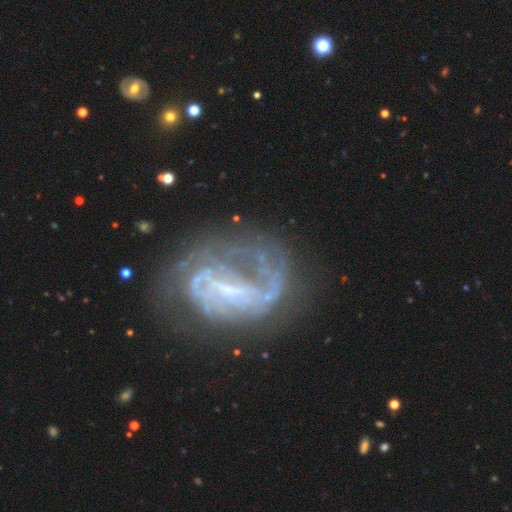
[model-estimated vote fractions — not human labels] The model was most divided on "merging" (2-way tie): major disturbance: 38%, none: 38%, minor disturbance: 19%, merger: 5%. Remaining: edge-on disk — no (97%); smooth or featured — featured or disk (79%); spiral arms — yes (69%); bulge size — none (42%); spiral arm count — can't tell (41%); bar — weak (40%); spiral winding — medium (36%).